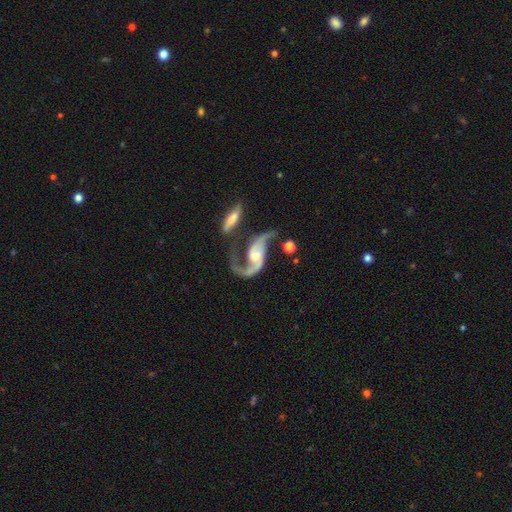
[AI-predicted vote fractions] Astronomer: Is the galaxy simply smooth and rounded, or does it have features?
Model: featured or disk — 91%.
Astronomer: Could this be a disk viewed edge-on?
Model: no — 96%.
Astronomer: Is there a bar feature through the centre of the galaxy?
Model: no — 46% (runner-up: weak, 40%).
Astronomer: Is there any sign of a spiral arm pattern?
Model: yes — 97%.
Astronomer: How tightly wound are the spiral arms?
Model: loose — 74%.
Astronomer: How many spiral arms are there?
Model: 2 — 89%.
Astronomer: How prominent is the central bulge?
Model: moderate — 34% (runner-up: small, 29%).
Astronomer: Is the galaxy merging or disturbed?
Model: none — 46%.